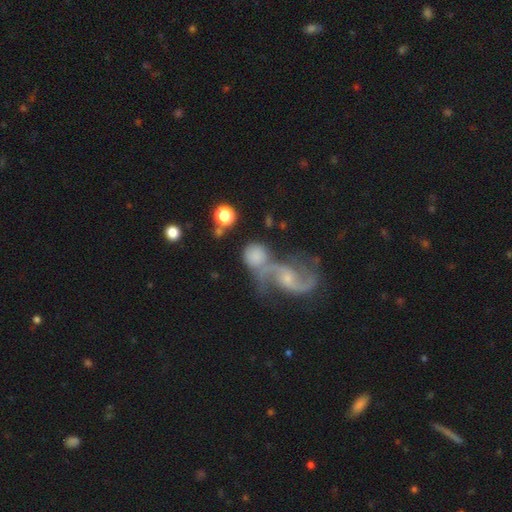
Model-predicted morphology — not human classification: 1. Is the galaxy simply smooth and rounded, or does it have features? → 47% smooth, 44% featured or disk, 9% star or artifact.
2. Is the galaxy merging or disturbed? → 51% merger, 29% none, 11% minor disturbance, 9% major disturbance.